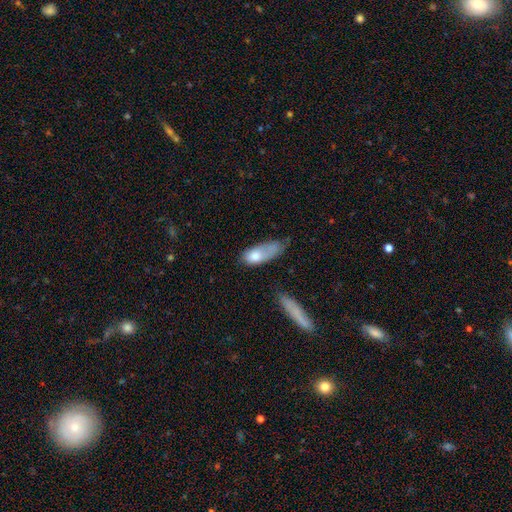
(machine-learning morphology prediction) A smooth galaxy with no disk features (72%) that is in between round and cigar-shaped (75%).

Vote fractions:
- Smooth or featured? smooth: 72% / featured or disk: 21% / star or artifact: 7%
- How rounded? in between: 75% / cigar-shaped: 21% / round: 4%
- Merging? minor disturbance: 35% / major disturbance: 34% / none: 23% / merger: 7%